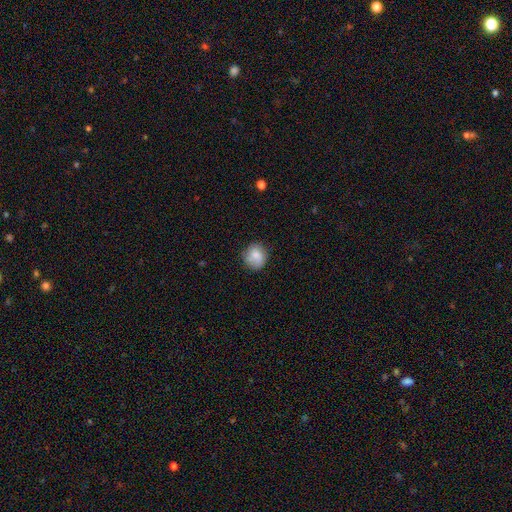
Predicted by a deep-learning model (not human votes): Smooth or featured? Predicted: smooth (p=0.80). How rounded? Predicted: round (p=0.80). Merging? Predicted: none (p=0.72).